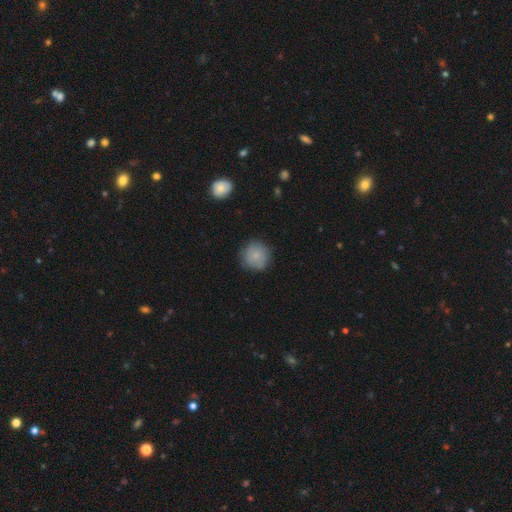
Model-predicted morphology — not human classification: Smooth or featured? Predicted: smooth (p=0.82). How rounded? Predicted: round (p=0.93). Merging? Predicted: none (p=0.81).